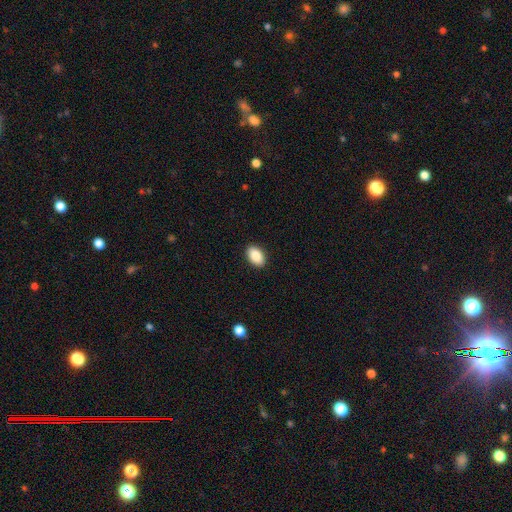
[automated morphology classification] Smooth or featured? smooth (89%)
How rounded? in between (91%)
Merging? none (90%)